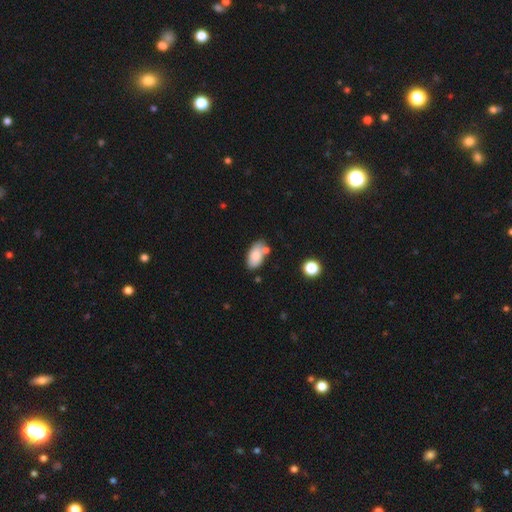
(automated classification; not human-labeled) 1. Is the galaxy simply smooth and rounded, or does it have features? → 80% smooth, 12% featured or disk, 7% star or artifact.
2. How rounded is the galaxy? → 93% in between, 4% round, 2% cigar-shaped.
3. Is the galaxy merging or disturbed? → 59% none, 19% minor disturbance, 17% merger, 5% major disturbance.